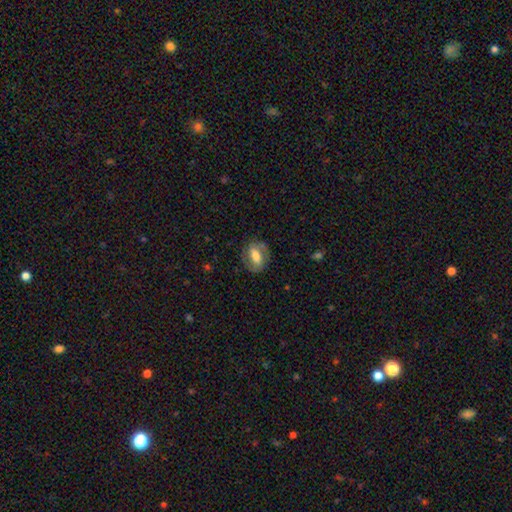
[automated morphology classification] Smooth or featured?
  - smooth: 52% *
  - featured or disk: 41%
  - star or artifact: 7%
How rounded?
  - in between: 77% *
  - round: 18%
  - cigar-shaped: 5%
Merging?
  - none: 76% *
  - minor disturbance: 16%
  - major disturbance: 7%
  - merger: 1%